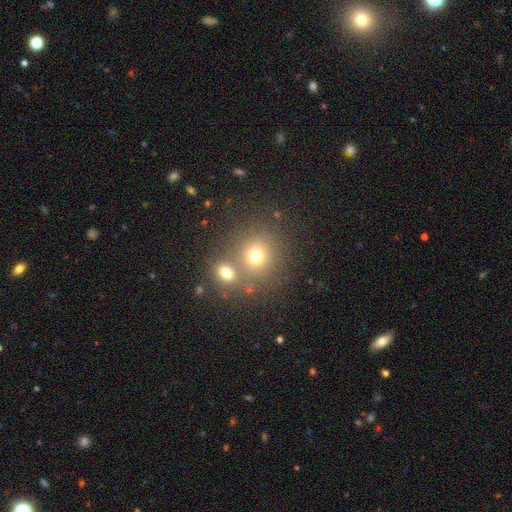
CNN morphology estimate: smooth 71%, star or artifact 17%, featured or disk 12%. Down the decision tree: how rounded — round (83%); merging — none (57%).